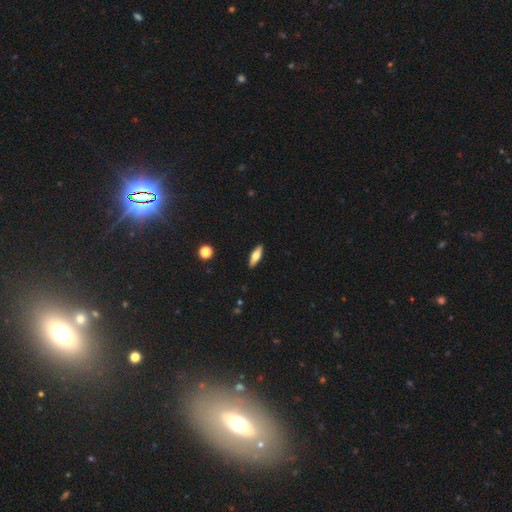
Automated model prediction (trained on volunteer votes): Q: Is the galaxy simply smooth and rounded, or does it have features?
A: smooth — 59%.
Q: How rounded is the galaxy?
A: in between — 51%.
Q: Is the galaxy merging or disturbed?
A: none — 90%.